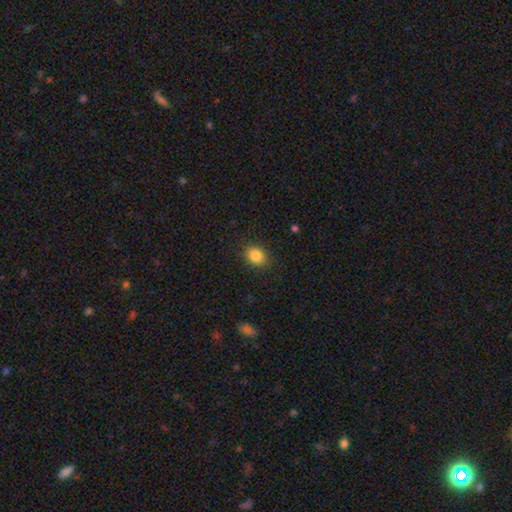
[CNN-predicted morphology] Smooth or featured? Predicted: smooth (p=0.85). How rounded? Predicted: in between (p=0.51). Merging? Predicted: none (p=0.88).